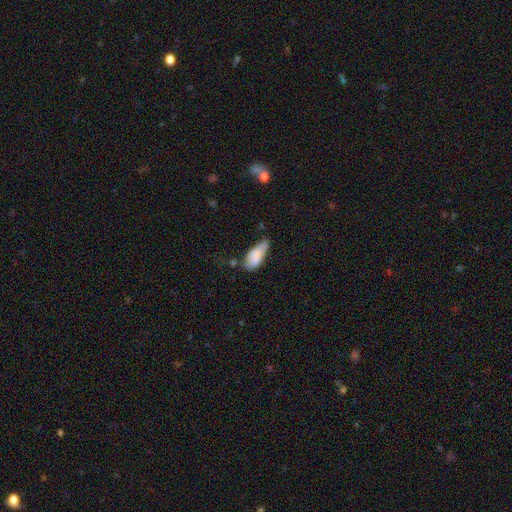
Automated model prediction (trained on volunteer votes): Smooth or featured: smooth — 81% (featured or disk — 11%)
How rounded: in between — 83% (cigar-shaped — 15%)
Merging: minor disturbance — 44% (none — 33%)